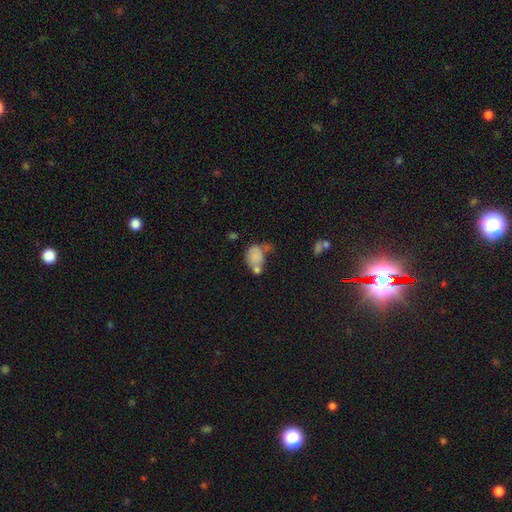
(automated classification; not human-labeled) The model was most divided on "merging": merger: 38%, none: 27%, minor disturbance: 20%, major disturbance: 16%. More confident: smooth or featured — smooth (74%); how rounded — in between (64%).